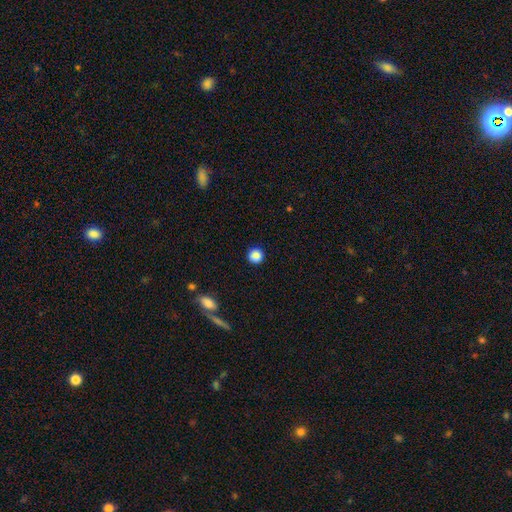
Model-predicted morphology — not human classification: Smooth or featured? smooth (87%)
How rounded? round (95%)
Merging? none (90%)